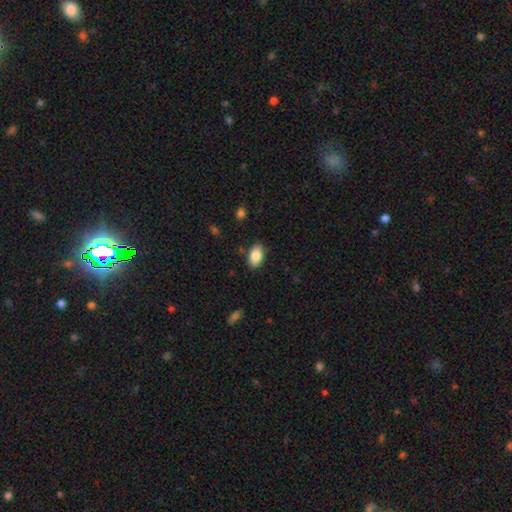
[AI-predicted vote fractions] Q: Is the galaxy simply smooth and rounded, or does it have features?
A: smooth — 86%.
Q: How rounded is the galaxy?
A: in between — 92%.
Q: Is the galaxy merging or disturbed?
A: none — 85%.